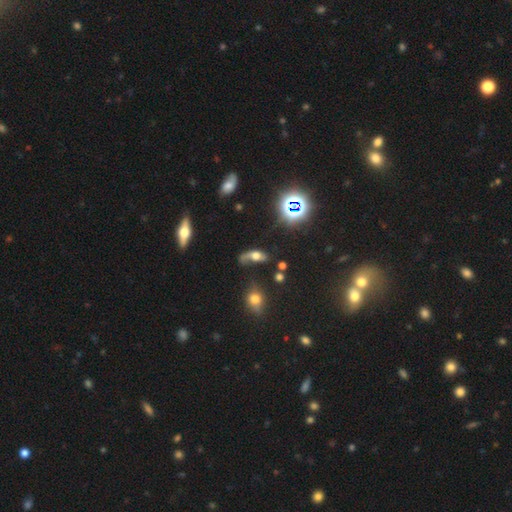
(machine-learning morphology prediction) Smooth or featured: smooth — 42% (featured or disk — 39%)
Merging: none — 35% (major disturbance — 29%)